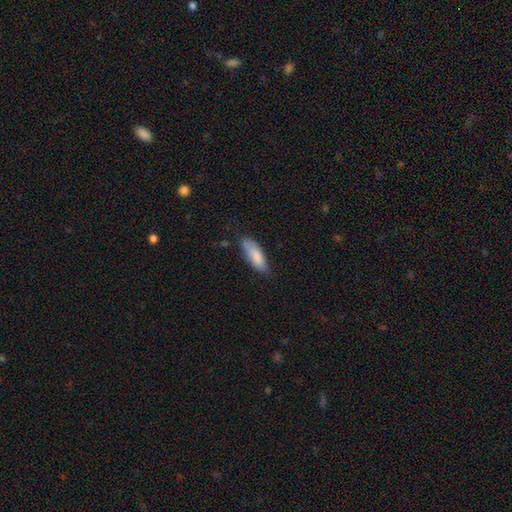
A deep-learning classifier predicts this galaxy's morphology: smooth 83%, featured or disk 11%, star or artifact 6%. Down the decision tree: how rounded — in between (66%); merging — none (61%).